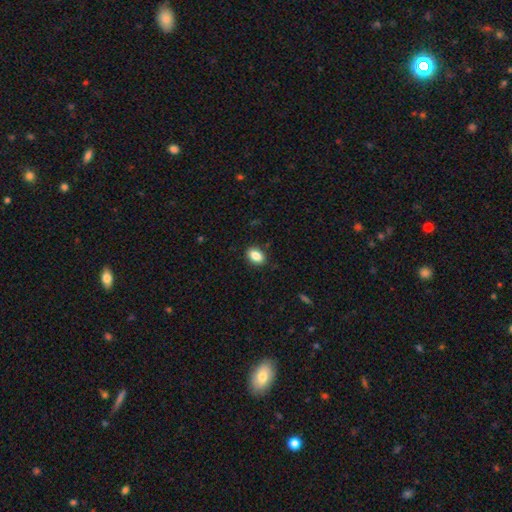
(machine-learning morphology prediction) Q: Smooth or featured?
A: smooth (87%); runner-up: star or artifact (8%)
Q: How rounded?
A: in between (85%); runner-up: round (14%)
Q: Merging?
A: none (88%); runner-up: minor disturbance (9%)